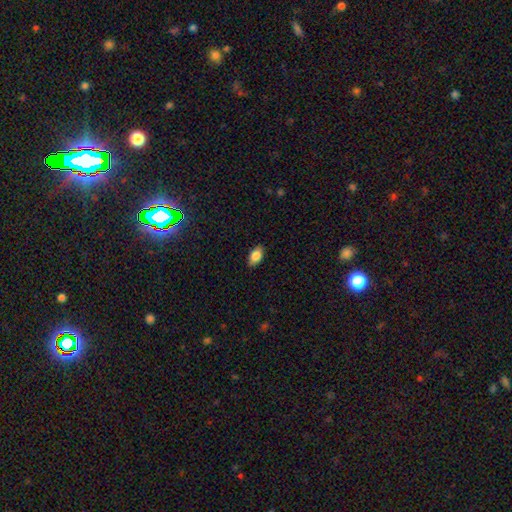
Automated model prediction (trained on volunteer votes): Smooth or featured?
  - smooth: 84% *
  - featured or disk: 8%
  - star or artifact: 8%
How rounded?
  - in between: 91% *
  - round: 6%
  - cigar-shaped: 3%
Merging?
  - none: 88% *
  - minor disturbance: 10%
  - major disturbance: 2%
  - merger: 1%